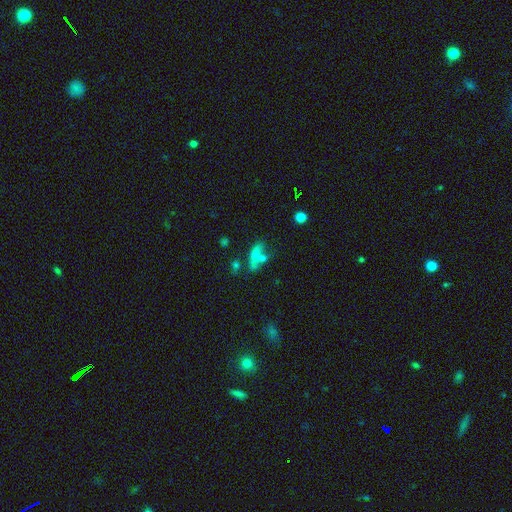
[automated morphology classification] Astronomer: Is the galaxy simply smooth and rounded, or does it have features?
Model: smooth — 59%.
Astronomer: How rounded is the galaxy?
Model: in between — 57% (runner-up: cigar-shaped, 37%).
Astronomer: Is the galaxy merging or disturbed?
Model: none — 39% (runner-up: merger, 30%).